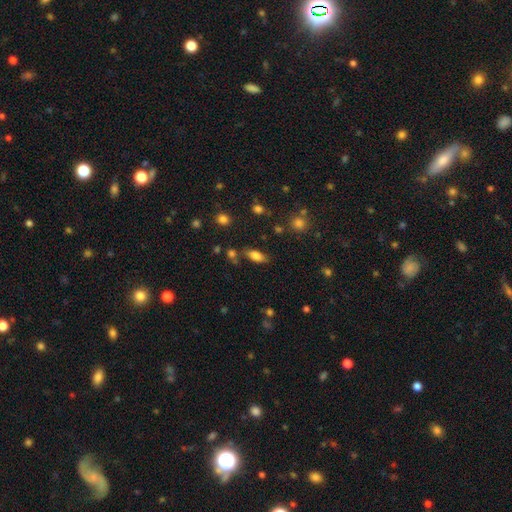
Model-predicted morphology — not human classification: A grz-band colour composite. It shows a smooth galaxy with no disk features (78%) that is in between round and cigar-shaped (83%). Merging: none (73%).